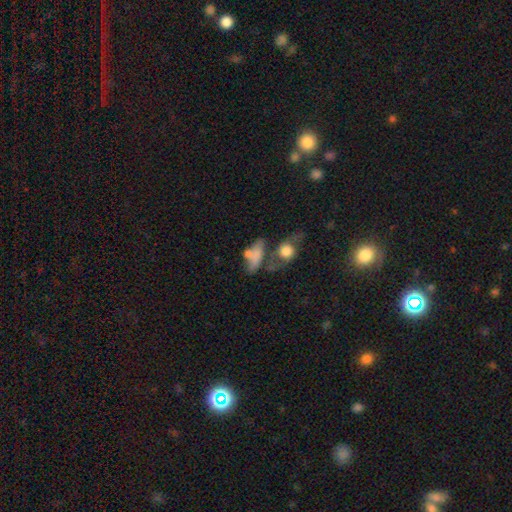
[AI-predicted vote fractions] Q: Smooth or featured?
A: smooth (63%); runner-up: featured or disk (27%)
Q: How rounded?
A: in between (72%); runner-up: cigar-shaped (16%)
Q: Merging?
A: merger (35%); runner-up: none (29%)